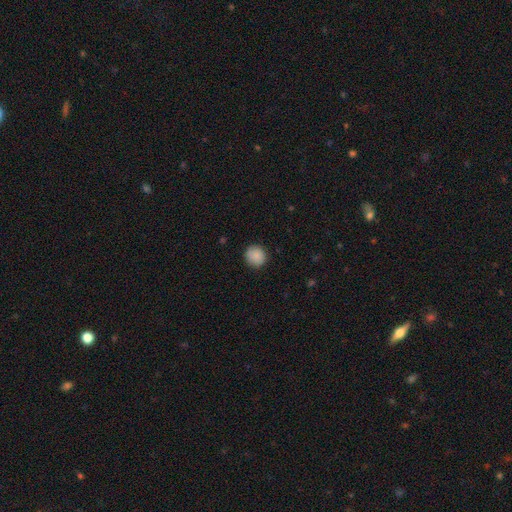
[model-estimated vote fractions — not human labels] Smooth or featured? smooth (89%)
How rounded? round (89%)
Merging? none (89%)